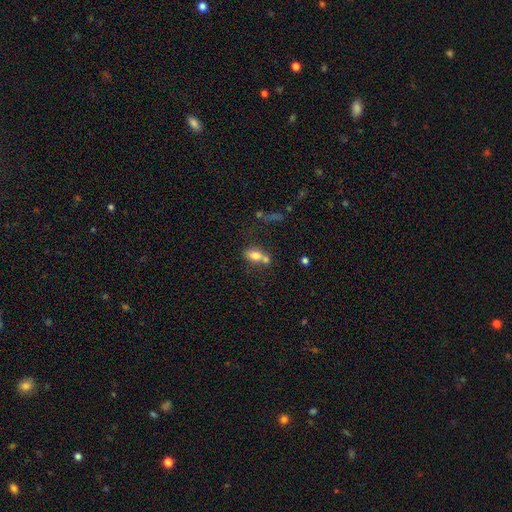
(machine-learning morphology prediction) This appears to be a smooth galaxy with no disk features (73%) that is in between round and cigar-shaped (77%). Merging: merger (43%).